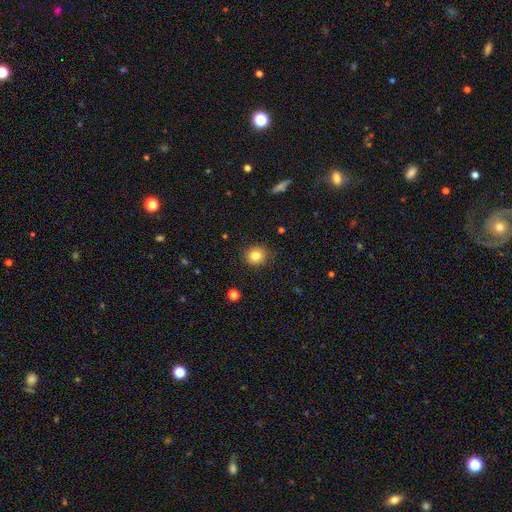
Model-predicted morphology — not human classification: Smooth or featured?
  - smooth: 81% *
  - star or artifact: 11%
  - featured or disk: 8%
How rounded?
  - round: 83% *
  - in between: 16%
  - cigar-shaped: 1%
Merging?
  - none: 87% *
  - minor disturbance: 9%
  - major disturbance: 2%
  - merger: 1%